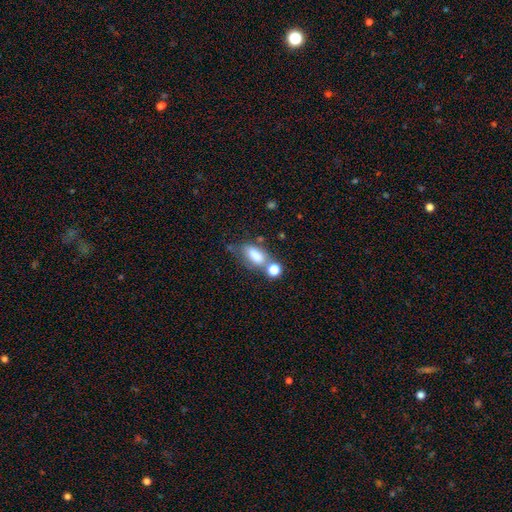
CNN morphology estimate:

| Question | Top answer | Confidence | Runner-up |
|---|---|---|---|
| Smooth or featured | smooth | 75% | featured or disk (14%) |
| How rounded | in between | 81% | cigar-shaped (10%) |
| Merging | none | 40% | merger (32%) |